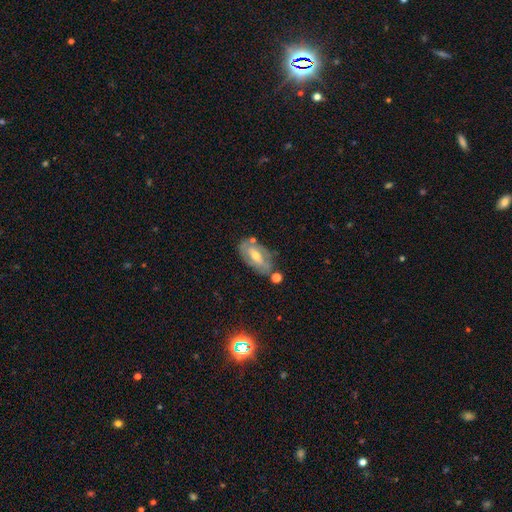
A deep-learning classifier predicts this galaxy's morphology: This is likely a featured or disk galaxy (62%). It is clearly not viewed edge-on (87%). Bar: marginally weak (37%). Spiral arm pattern: possibly yes (53%). Central bulge: likely moderate (61%). Merging: likely none (63%).